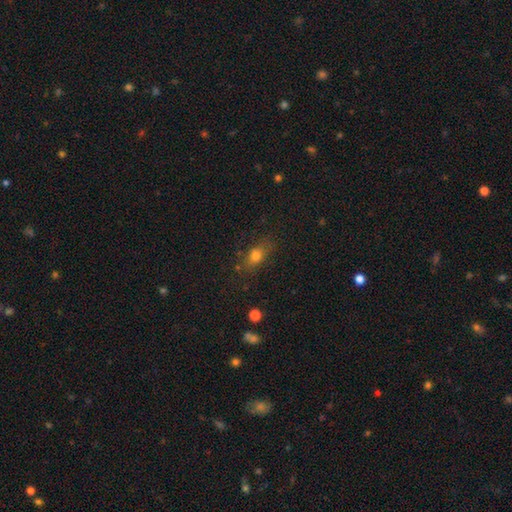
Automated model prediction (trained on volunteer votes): This is likely a smooth galaxy (73%). How rounded: likely in between (67%). Merging: likely none (72%).